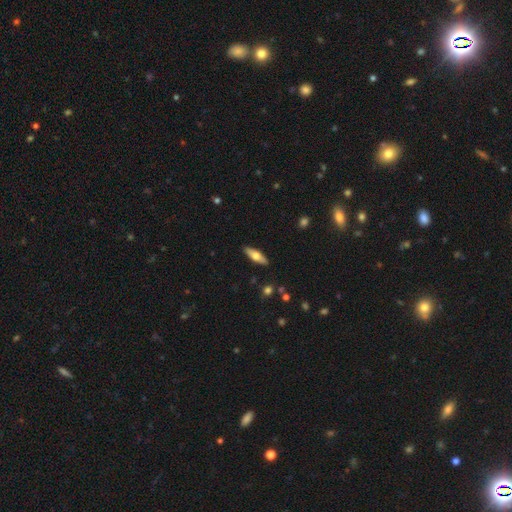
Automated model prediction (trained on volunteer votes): This is possibly a smooth galaxy (57%). How rounded: possibly in between (52%). Merging: clearly none (89%).